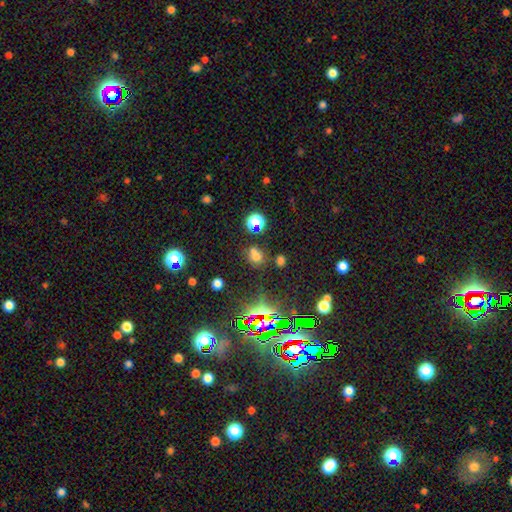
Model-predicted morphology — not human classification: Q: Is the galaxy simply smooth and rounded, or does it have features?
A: smooth — 53%.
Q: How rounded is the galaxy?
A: round — 59%.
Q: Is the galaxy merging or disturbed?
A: none — 62%.